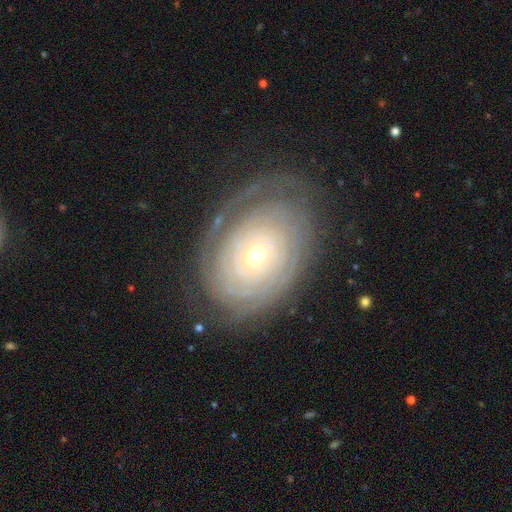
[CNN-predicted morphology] Q: Smooth or featured?
A: featured or disk (81%); runner-up: smooth (13%)
Q: Edge-on disk?
A: no (95%); runner-up: yes (5%)
Q: Bar?
A: no (82%); runner-up: weak (13%)
Q: Spiral arms?
A: yes (91%); runner-up: no (9%)
Q: Spiral winding?
A: tight (86%); runner-up: medium (10%)
Q: Spiral arm count?
A: can't tell (48%); runner-up: 2 (12%)
Q: Bulge size?
A: small (63%); runner-up: moderate (33%)
Q: Merging?
A: none (76%); runner-up: minor disturbance (16%)